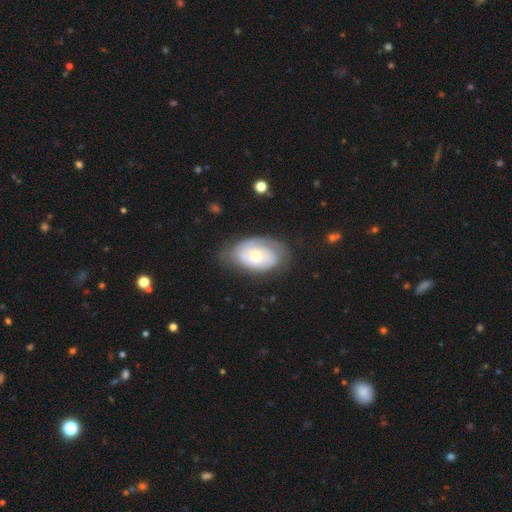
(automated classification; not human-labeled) This appears to be a featured or disk galaxy (60%) with no bar (81%), spiral arms (69%) and a moderate central bulge (57%). Merging: none (60%).